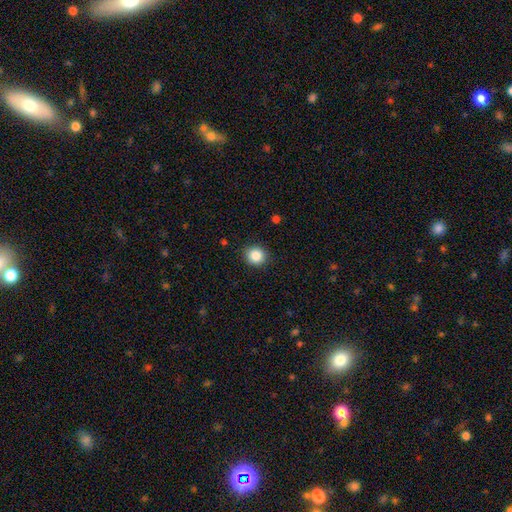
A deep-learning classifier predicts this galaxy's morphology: Smooth or featured? Predicted: smooth (p=0.86). How rounded? Predicted: round (p=0.90). Merging? Predicted: none (p=0.91).